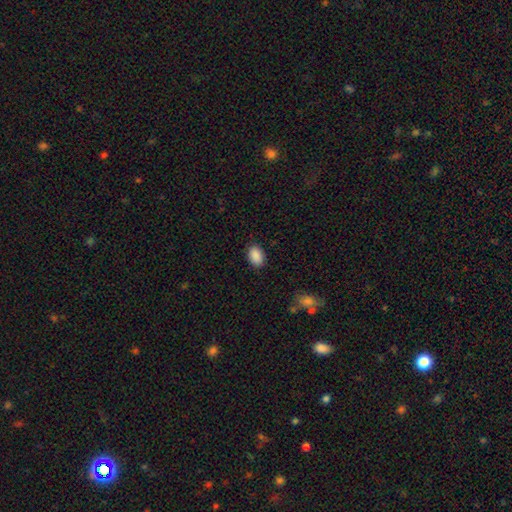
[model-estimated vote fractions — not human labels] A smooth galaxy with no disk features (90%) that is in between round and cigar-shaped (86%).

Vote fractions:
- Smooth or featured? smooth: 90% / star or artifact: 7% / featured or disk: 3%
- How rounded? in between: 86% / round: 12% / cigar-shaped: 1%
- Merging? none: 87% / minor disturbance: 10% / major disturbance: 3% / merger: 1%